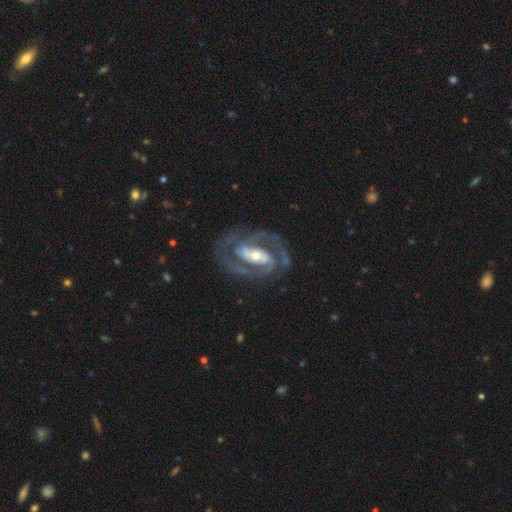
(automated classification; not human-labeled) Morphology: type=featured or disk (91%); edge-on=no (97%); bar=strong (46%); spiral arms=yes (96%); winding=medium (47%); arm count=2 (85%); bulge=moderate (49%); merging=none (77%).